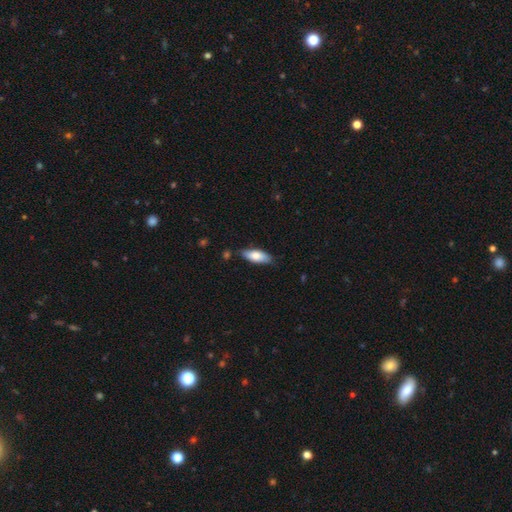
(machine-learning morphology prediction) Smooth or featured: smooth — 75% (featured or disk — 19%)
How rounded: in between — 74% (cigar-shaped — 24%)
Merging: none — 79% (minor disturbance — 16%)